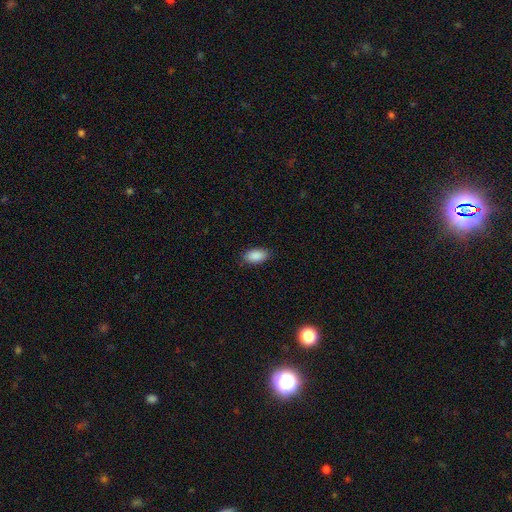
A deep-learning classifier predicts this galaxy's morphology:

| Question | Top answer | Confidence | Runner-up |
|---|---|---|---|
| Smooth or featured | smooth | 89% | star or artifact (7%) |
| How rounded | in between | 93% | cigar-shaped (4%) |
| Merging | none | 85% | minor disturbance (12%) |